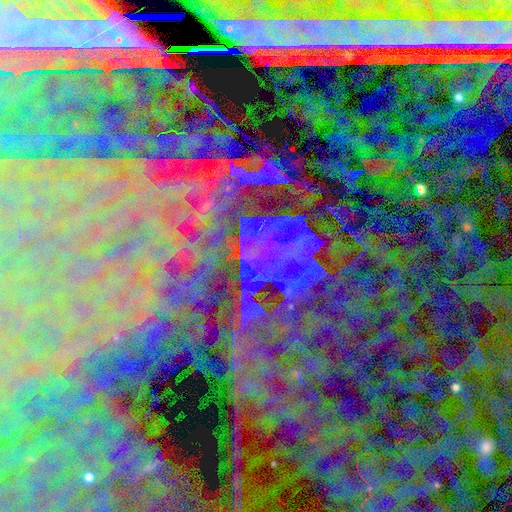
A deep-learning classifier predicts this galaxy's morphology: smooth-or-featured: star or artifact: 88% | featured or disk: 6% | smooth: 5%